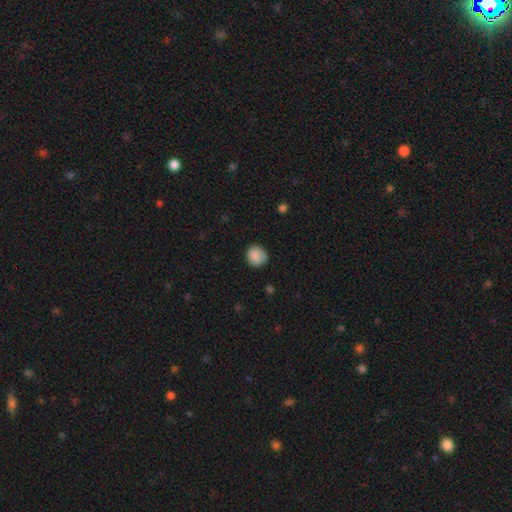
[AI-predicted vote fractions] Morphology: type=smooth (88%); roundness=round (81%); merging=none (81%).